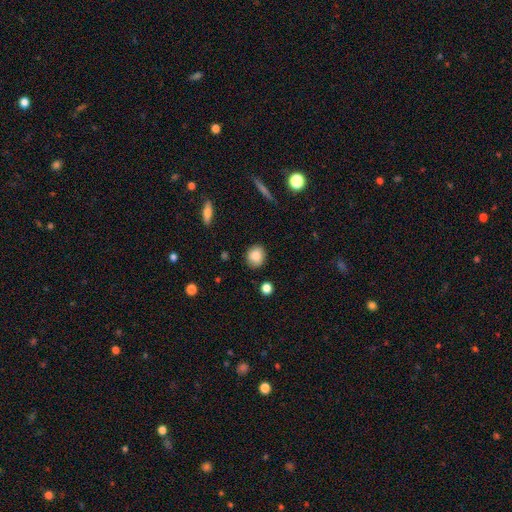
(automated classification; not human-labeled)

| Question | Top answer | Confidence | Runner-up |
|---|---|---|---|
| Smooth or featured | smooth | 86% | star or artifact (8%) |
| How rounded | round | 71% | in between (28%) |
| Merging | none | 86% | minor disturbance (10%) |